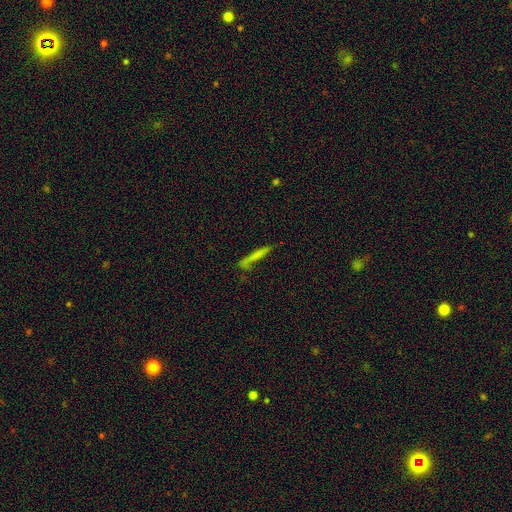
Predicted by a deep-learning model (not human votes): smooth 66%, featured or disk 25%, star or artifact 9%. Down the decision tree: how rounded — cigar-shaped (93%); merging — none (65%).